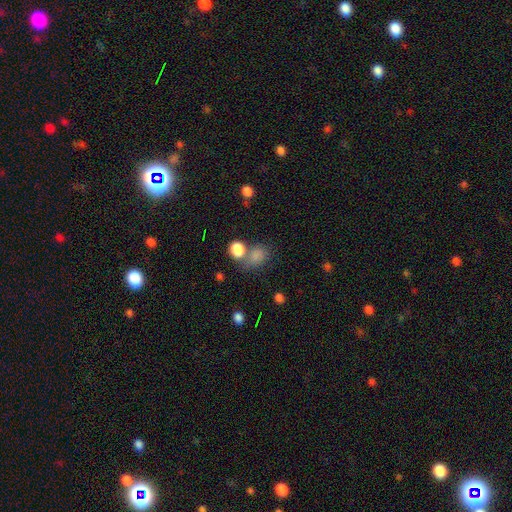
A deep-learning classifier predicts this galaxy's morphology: Smooth or featured: smooth — 79% (star or artifact — 14%)
How rounded: in between — 51% (round — 47%)
Merging: none — 52% (merger — 26%)